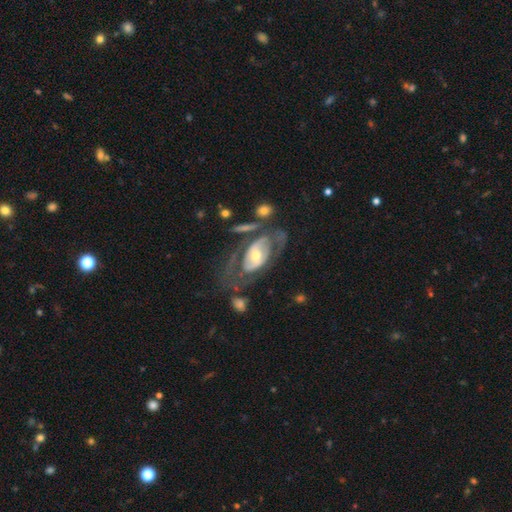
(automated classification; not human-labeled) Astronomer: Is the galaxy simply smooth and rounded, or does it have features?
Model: featured or disk — 76%.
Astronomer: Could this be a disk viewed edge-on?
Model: no — 93%.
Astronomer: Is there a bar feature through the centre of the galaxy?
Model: no — 58%.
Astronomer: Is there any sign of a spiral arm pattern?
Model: yes — 61% (runner-up: no, 39%).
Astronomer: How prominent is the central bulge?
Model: moderate — 63%.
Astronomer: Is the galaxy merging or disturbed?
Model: none — 44% (runner-up: major disturbance, 29%).